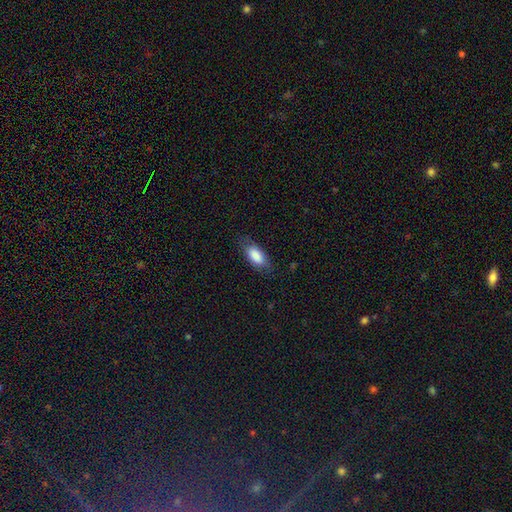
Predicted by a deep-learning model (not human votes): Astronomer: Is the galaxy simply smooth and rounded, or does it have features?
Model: smooth — 84%.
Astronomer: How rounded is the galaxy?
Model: in between — 86%.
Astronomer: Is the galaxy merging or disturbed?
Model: none — 74%.